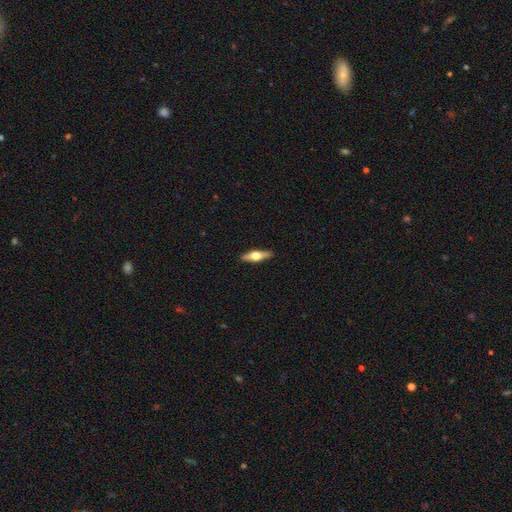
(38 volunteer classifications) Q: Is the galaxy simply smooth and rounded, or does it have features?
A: featured or disk — 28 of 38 (74%).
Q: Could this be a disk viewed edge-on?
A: yes — 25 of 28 (89%).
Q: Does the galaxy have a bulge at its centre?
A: rounded — 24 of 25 (96%).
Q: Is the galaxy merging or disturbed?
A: none — 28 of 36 (78%).